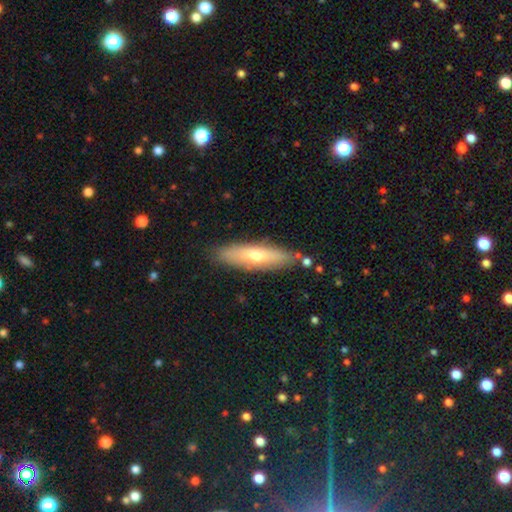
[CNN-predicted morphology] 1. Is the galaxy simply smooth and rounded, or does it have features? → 56% smooth, 38% featured or disk, 6% star or artifact.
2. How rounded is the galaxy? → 64% cigar-shaped, 34% in between, 2% round.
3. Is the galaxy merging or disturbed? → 84% none, 11% minor disturbance, 3% merger, 2% major disturbance.